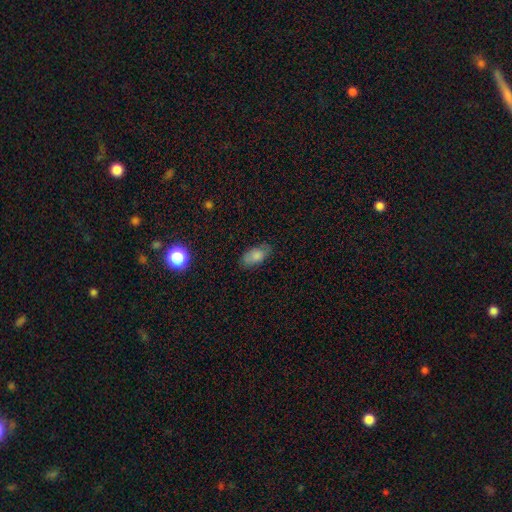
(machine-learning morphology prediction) The model was most divided on "merging": none: 75%, minor disturbance: 20%, major disturbance: 4%, merger: 1%. More confident: how rounded — in between (92%); smooth or featured — smooth (80%).